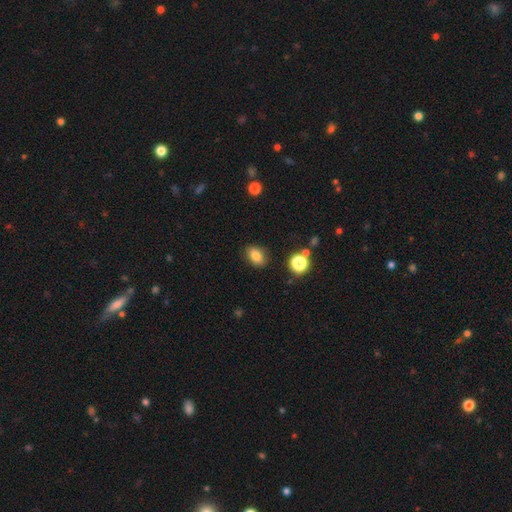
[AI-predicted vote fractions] Q: Smooth or featured?
A: smooth (82%); runner-up: star or artifact (11%)
Q: How rounded?
A: in between (76%); runner-up: round (23%)
Q: Merging?
A: none (85%); runner-up: minor disturbance (10%)